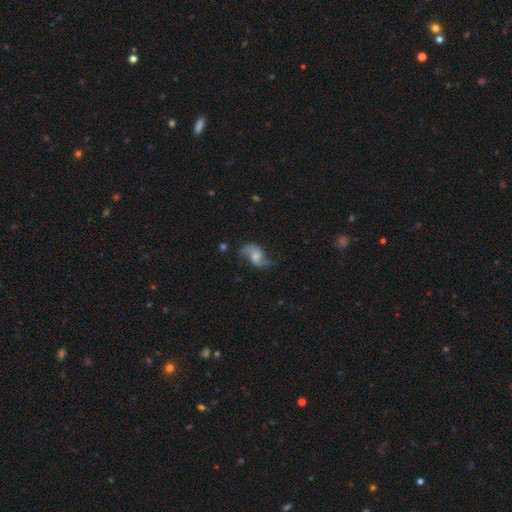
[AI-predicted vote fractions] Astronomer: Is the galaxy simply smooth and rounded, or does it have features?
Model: featured or disk — 74%.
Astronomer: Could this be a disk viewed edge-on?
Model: no — 97%.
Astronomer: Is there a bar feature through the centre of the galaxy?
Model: no — 55% (runner-up: weak, 36%).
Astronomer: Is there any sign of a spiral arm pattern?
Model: yes — 93%.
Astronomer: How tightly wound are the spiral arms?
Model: loose — 73%.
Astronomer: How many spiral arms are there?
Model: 2 — 89%.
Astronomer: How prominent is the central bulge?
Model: moderate — 40% (runner-up: small, 38%).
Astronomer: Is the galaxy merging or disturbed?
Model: none — 62%.